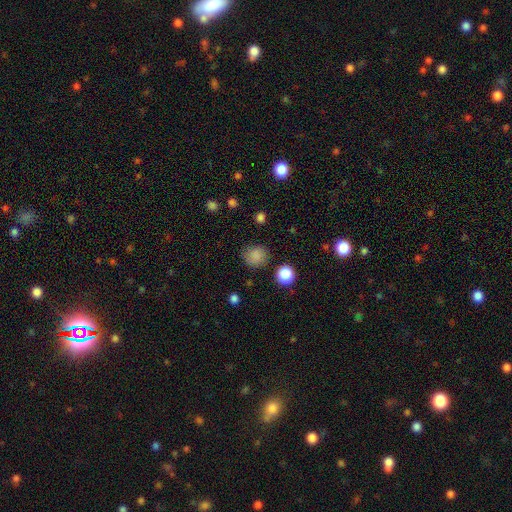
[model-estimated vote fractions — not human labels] This appears to be a smooth galaxy with no disk features (83%) that is round (87%). Merging: none (83%).